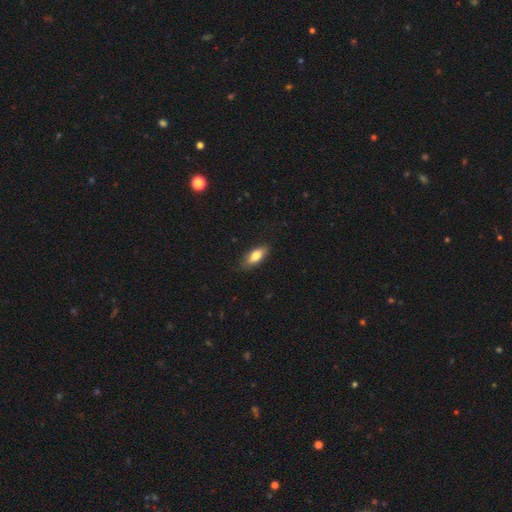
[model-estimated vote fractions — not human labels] This appears to be a smooth galaxy with no disk features (77%) that is in between round and cigar-shaped (79%). Merging: none (83%).